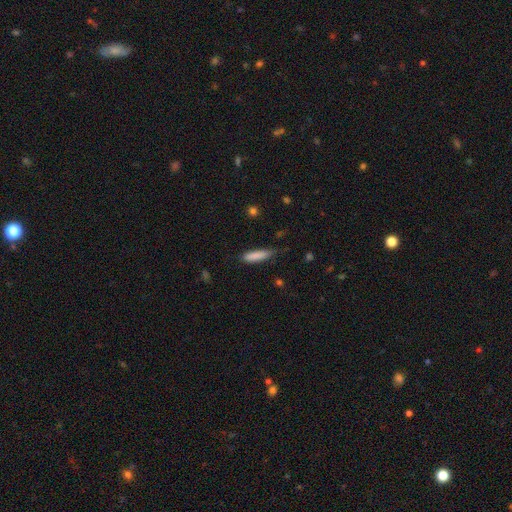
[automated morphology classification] type=smooth (84%); roundness=cigar-shaped (78%); merging=none (68%).